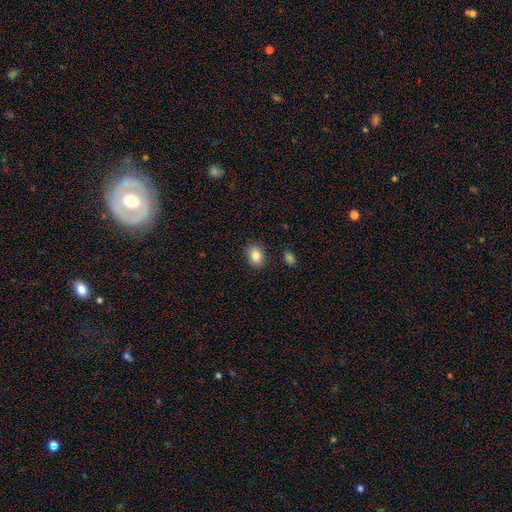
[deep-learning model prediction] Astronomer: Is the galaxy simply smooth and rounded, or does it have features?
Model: smooth — 86%.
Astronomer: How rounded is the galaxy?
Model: in between — 73%.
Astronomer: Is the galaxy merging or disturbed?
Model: none — 88%.